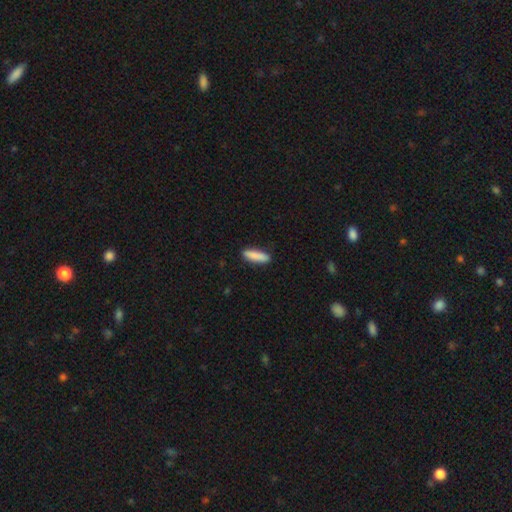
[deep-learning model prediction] Overall: smooth (88%). How rounded: cigar-shaped (68%; in between 30%). Merging: none (89%).